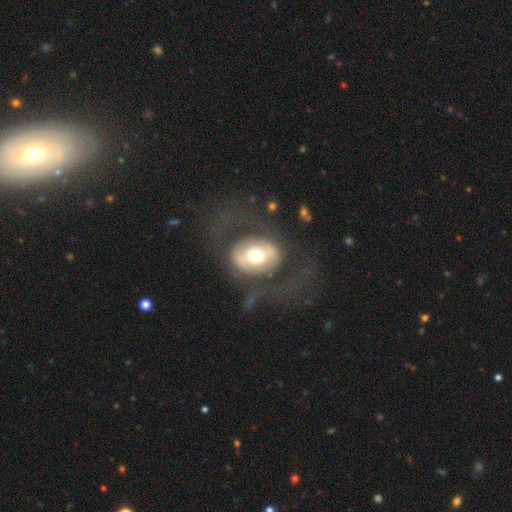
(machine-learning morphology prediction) The model was most divided on "smooth or featured": featured or disk: 54%, smooth: 40%, star or artifact: 6%. More confident: edge-on disk — no (92%); merging — none (58%).